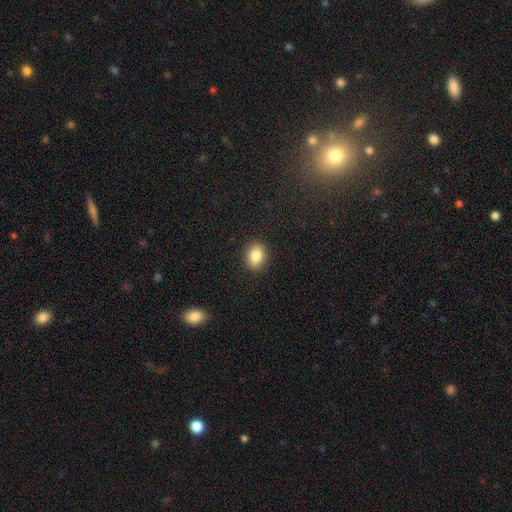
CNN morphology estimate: Smooth or featured?
  - smooth: 83% *
  - star or artifact: 9%
  - featured or disk: 8%
How rounded?
  - in between: 50% *
  - round: 49%
  - cigar-shaped: 1%
Merging?
  - none: 89% *
  - minor disturbance: 7%
  - major disturbance: 2%
  - merger: 1%